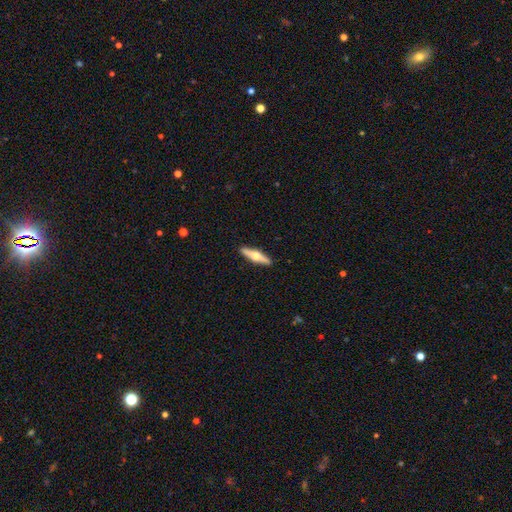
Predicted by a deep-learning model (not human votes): Smooth or featured: featured or disk — 62% (smooth — 33%)
Edge-on disk: yes — 96% (no — 4%)
Edge-on bulge: rounded — 95% (boxy — 3%)
Merging: none — 91% (minor disturbance — 6%)